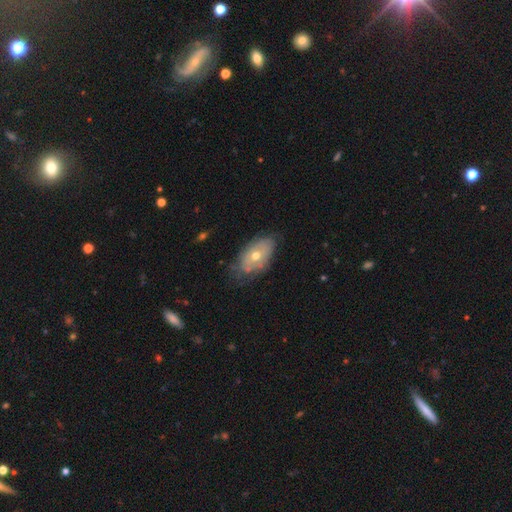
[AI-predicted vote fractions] The model was most divided on "smooth or featured": featured or disk: 50%, smooth: 43%, star or artifact: 7%. More confident: edge-on disk — no (88%); merging — none (63%).